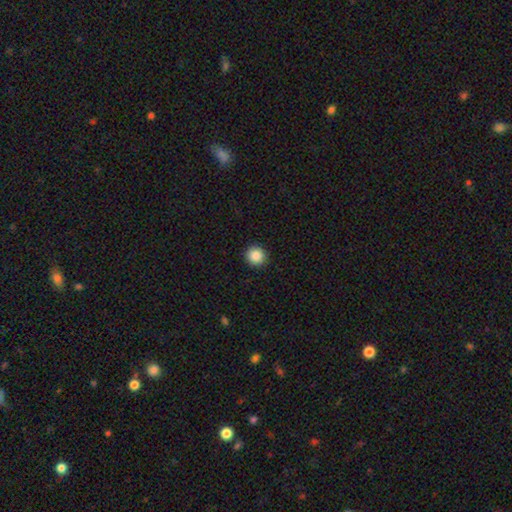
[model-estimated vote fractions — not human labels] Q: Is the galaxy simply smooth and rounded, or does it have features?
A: smooth — 87%.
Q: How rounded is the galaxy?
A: round — 95%.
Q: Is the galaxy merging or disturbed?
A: none — 93%.